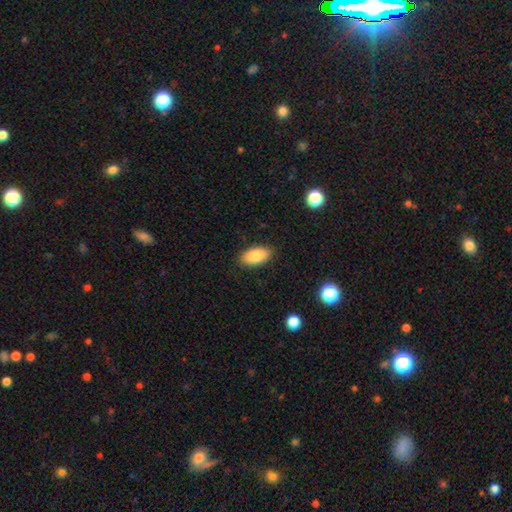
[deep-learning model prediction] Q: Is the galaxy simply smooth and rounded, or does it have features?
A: smooth — 85%.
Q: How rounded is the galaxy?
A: in between — 94%.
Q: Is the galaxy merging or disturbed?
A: none — 86%.